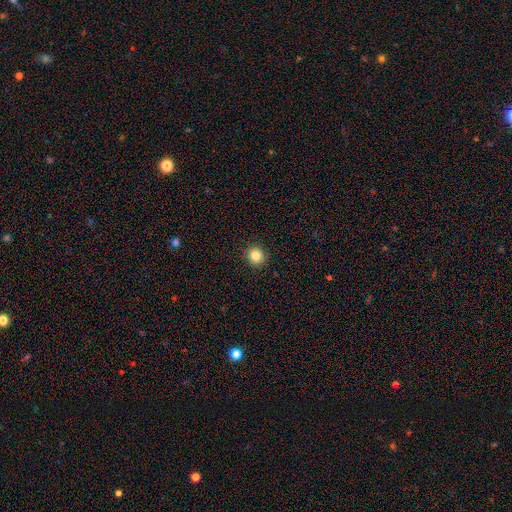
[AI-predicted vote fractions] smooth-or-featured: smooth: 84% | star or artifact: 11% | featured or disk: 5%
  how-rounded: round: 91% | in between: 9% | cigar-shaped: 1%
  merging: none: 93% | minor disturbance: 5% | major disturbance: 2% | merger: 1%